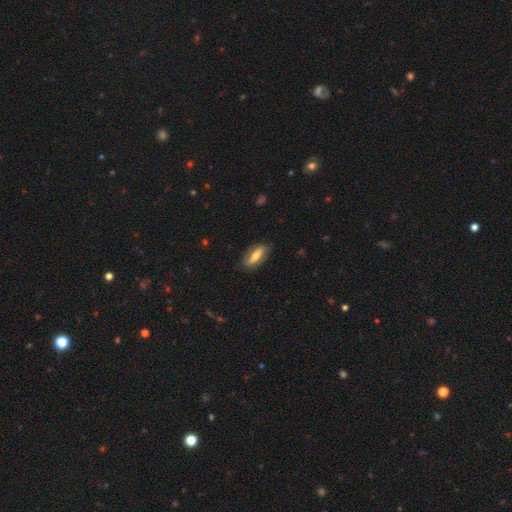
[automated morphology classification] smooth 47%, featured or disk 46%, star or artifact 6%. Down the decision tree: merging — none (81%).